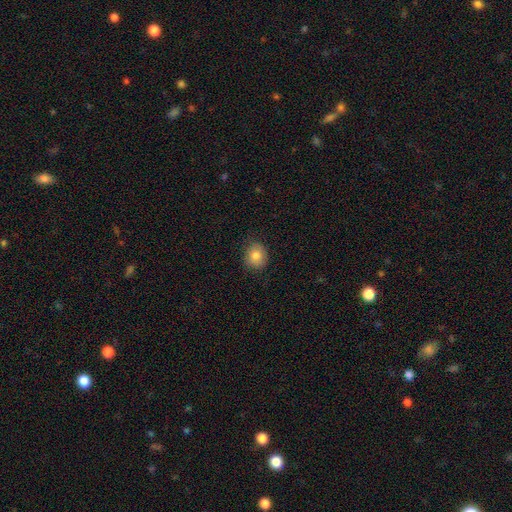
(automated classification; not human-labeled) smooth_or_featured: smooth (p=0.81) [alt: featured or disk p=0.10]
how_rounded: round (p=0.71) [alt: in between p=0.28]
merging: none (p=0.81) [alt: minor disturbance p=0.15]